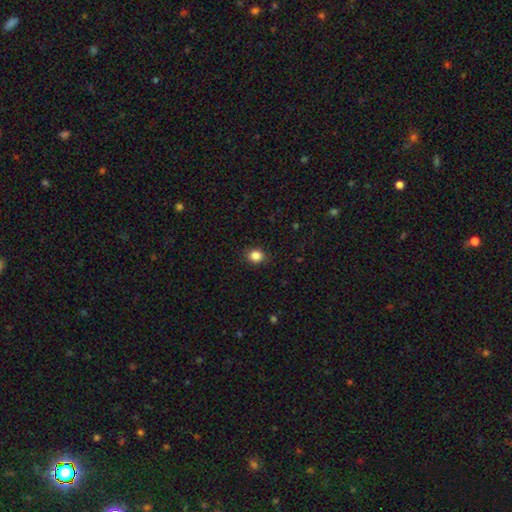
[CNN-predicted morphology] smooth-or-featured: smooth: 86% | star or artifact: 11% | featured or disk: 4%
  how-rounded: round: 72% | in between: 27% | cigar-shaped: 1%
  merging: none: 90% | minor disturbance: 7% | major disturbance: 2% | merger: 1%